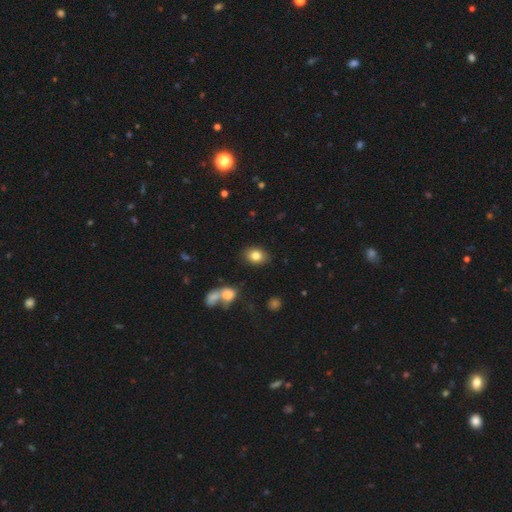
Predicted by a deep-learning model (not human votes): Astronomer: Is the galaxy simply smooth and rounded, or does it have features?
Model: smooth — 82%.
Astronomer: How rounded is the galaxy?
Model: in between — 66%.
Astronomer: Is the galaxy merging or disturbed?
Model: none — 86%.